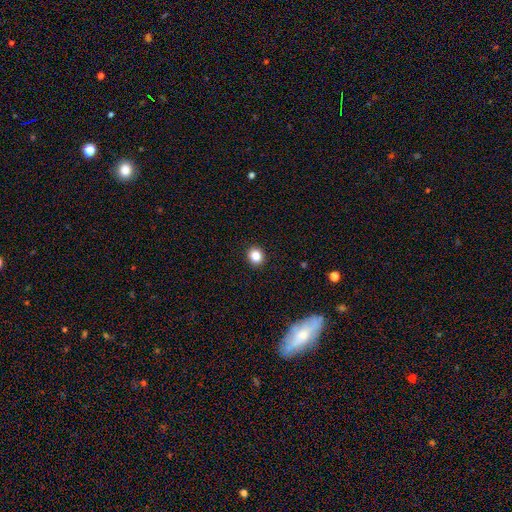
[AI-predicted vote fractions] smooth-or-featured: smooth: 85% | star or artifact: 11% | featured or disk: 5%
  how-rounded: round: 77% | in between: 22% | cigar-shaped: 1%
  merging: none: 92% | minor disturbance: 5% | major disturbance: 2% | merger: 1%